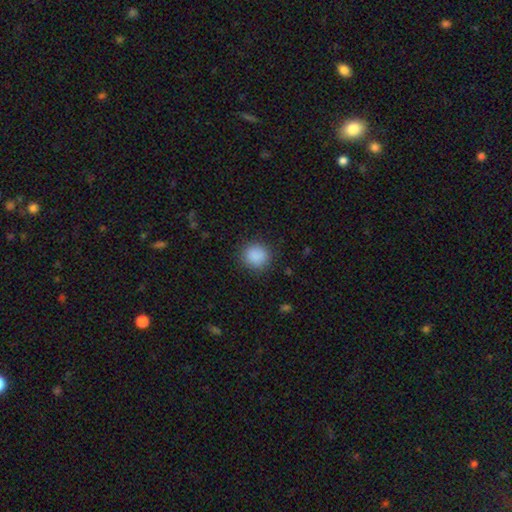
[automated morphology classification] This is clearly a smooth galaxy (88%). How rounded: clearly round (88%). Merging: clearly none (87%).